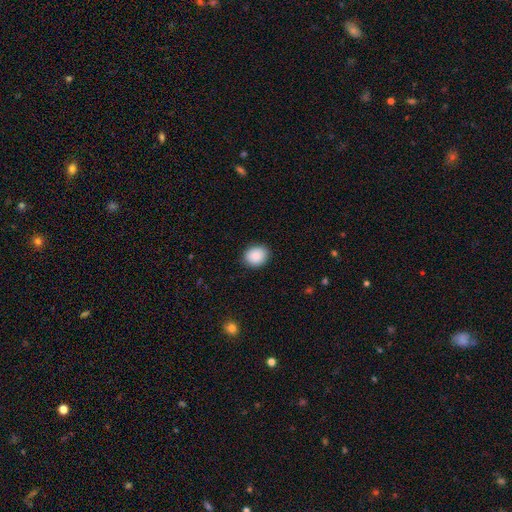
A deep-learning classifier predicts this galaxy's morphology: smooth-or-featured: smooth: 89% | star or artifact: 7% | featured or disk: 4%
  how-rounded: round: 59% | in between: 41% | cigar-shaped: 1%
  merging: none: 89% | minor disturbance: 8% | major disturbance: 2% | merger: 1%